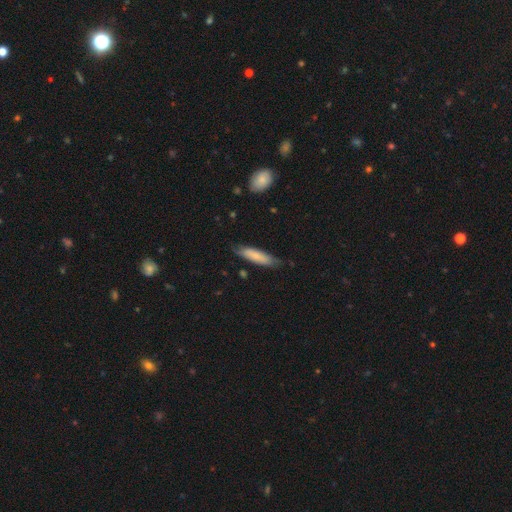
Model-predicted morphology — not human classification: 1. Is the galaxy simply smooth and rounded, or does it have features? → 74% smooth, 21% featured or disk, 6% star or artifact.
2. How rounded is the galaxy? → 72% cigar-shaped, 27% in between, 1% round.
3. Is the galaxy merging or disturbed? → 76% none, 19% minor disturbance, 3% major disturbance, 2% merger.